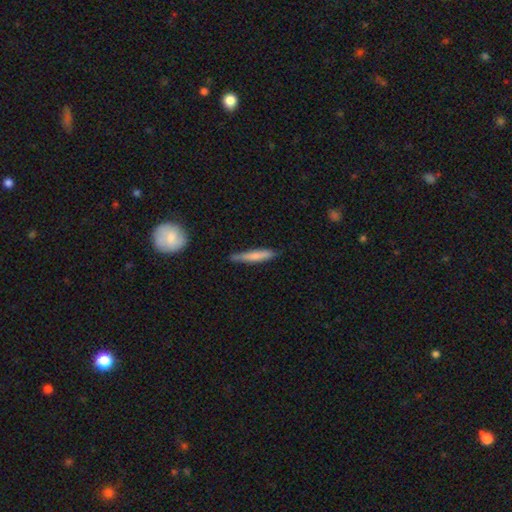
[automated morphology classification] A smooth galaxy with no disk features (70%) that is cigar-shaped (92%). Merging: none (81%).